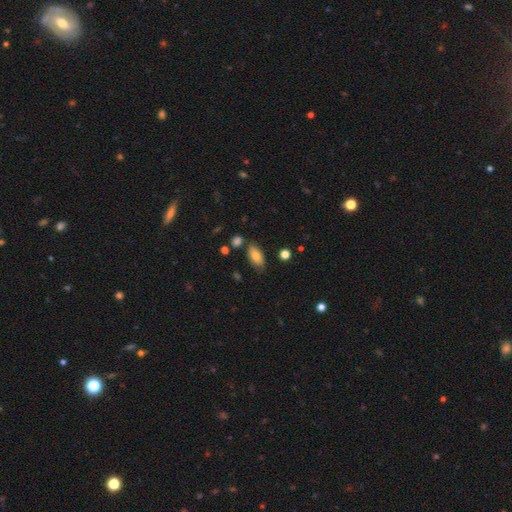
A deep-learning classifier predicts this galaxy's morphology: A smooth galaxy with no disk features (75%) that is in between round and cigar-shaped (91%).

Vote fractions:
- Smooth or featured? smooth: 75% / featured or disk: 17% / star or artifact: 8%
- How rounded? in between: 91% / cigar-shaped: 5% / round: 4%
- Merging? none: 74% / minor disturbance: 18% / merger: 5% / major disturbance: 4%